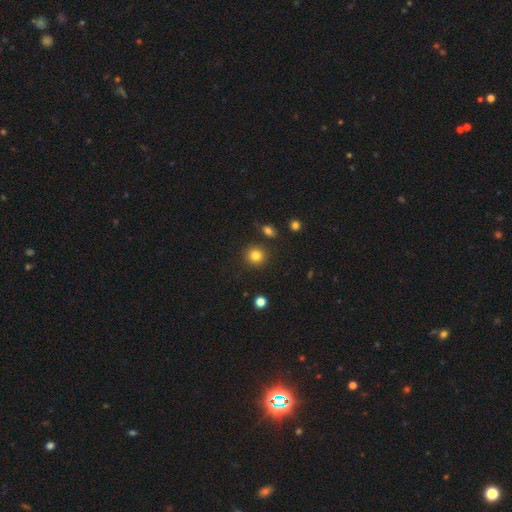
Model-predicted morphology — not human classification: This appears to be a smooth galaxy with no disk features (83%) that is round (92%). Merging: none (88%).